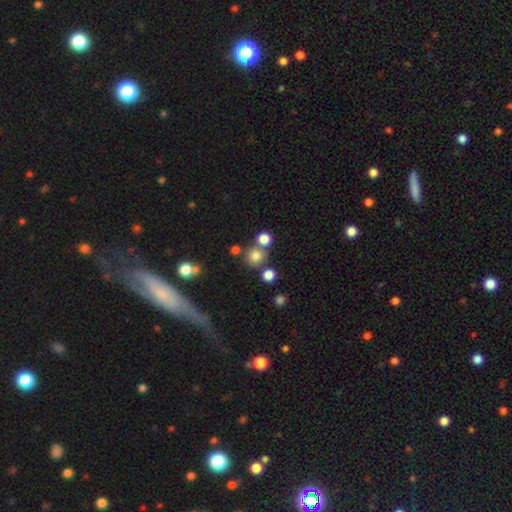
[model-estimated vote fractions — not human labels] A smooth galaxy with no disk features (77%) that is round (90%). Merging: none (69%).